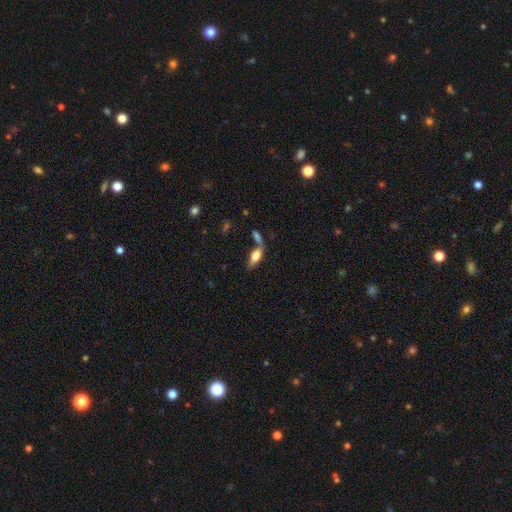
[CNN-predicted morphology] Overall: smooth (61%; featured or disk 31%). How rounded: in between (73%). Merging: none (56%; merger 24%).